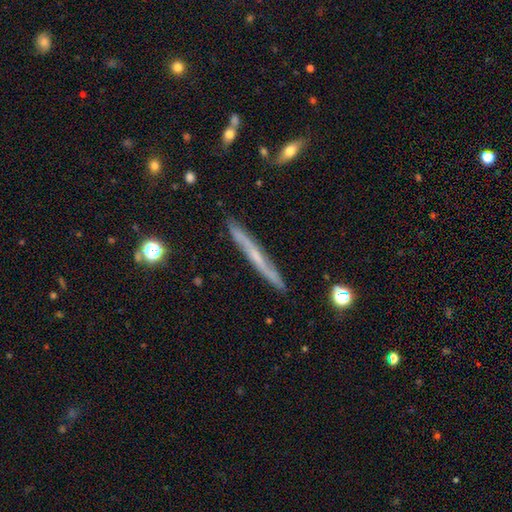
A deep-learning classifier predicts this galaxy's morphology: type=featured or disk (55%); edge-on=yes (96%); edge-on bulge=none (71%); merging=none (88%).